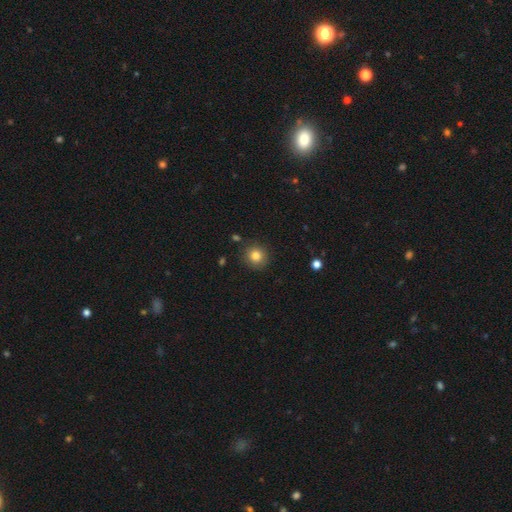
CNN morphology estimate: smooth-or-featured: smooth: 83% | star or artifact: 11% | featured or disk: 6%
  how-rounded: round: 91% | in between: 8% | cigar-shaped: 1%
  merging: none: 87% | minor disturbance: 8% | major disturbance: 2% | merger: 2%